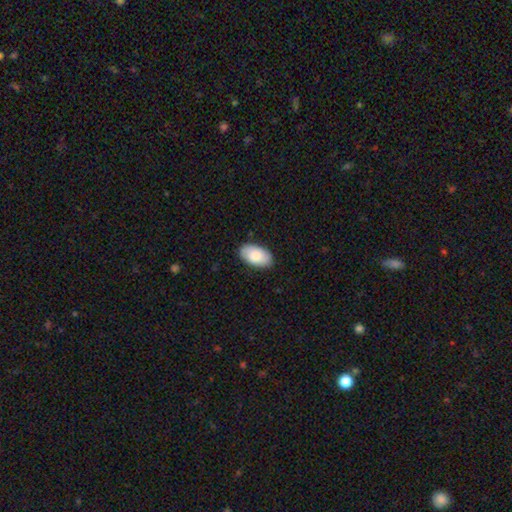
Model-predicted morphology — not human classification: Smooth or featured?
  - smooth: 83% *
  - featured or disk: 12%
  - star or artifact: 6%
How rounded?
  - in between: 95% *
  - round: 4%
  - cigar-shaped: 1%
Merging?
  - none: 84% *
  - minor disturbance: 12%
  - major disturbance: 2%
  - merger: 1%